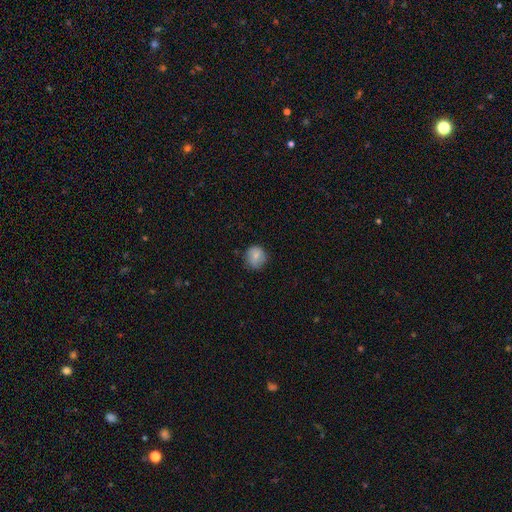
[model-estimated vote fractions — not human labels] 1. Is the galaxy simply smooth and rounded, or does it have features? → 79% smooth, 13% featured or disk, 9% star or artifact.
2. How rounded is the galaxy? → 86% round, 13% in between, 1% cigar-shaped.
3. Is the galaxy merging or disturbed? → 76% none, 18% minor disturbance, 4% major disturbance, 1% merger.